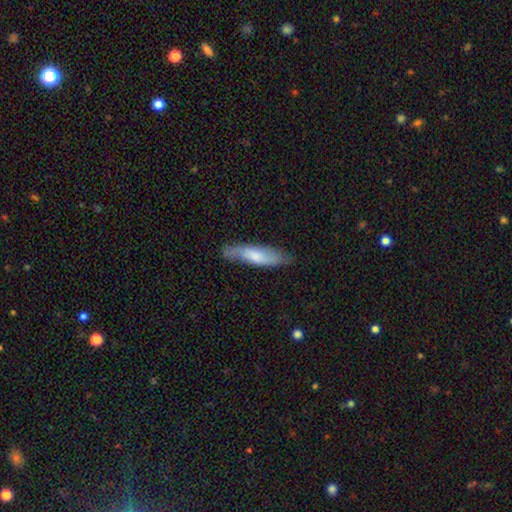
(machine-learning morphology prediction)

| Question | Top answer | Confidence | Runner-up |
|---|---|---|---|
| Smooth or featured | smooth | 62% | featured or disk (32%) |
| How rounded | cigar-shaped | 71% | in between (28%) |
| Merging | none | 77% | minor disturbance (18%) |